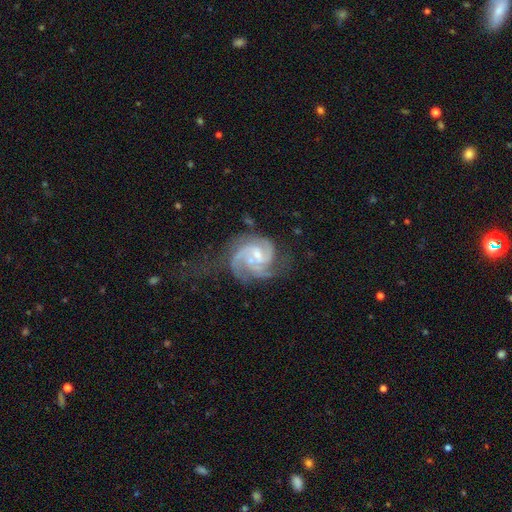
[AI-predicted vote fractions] Smooth or featured: featured or disk — 90% (star or artifact — 5%)
Edge-on disk: no — 98% (yes — 2%)
Bar: no — 46% (weak — 44%)
Spiral arms: yes — 98% (no — 2%)
Spiral winding: medium — 45% (tight — 44%)
Spiral arm count: 3 — 50% (2 — 18%)
Bulge size: small — 63% (moderate — 31%)
Merging: none — 51% (minor disturbance — 21%)